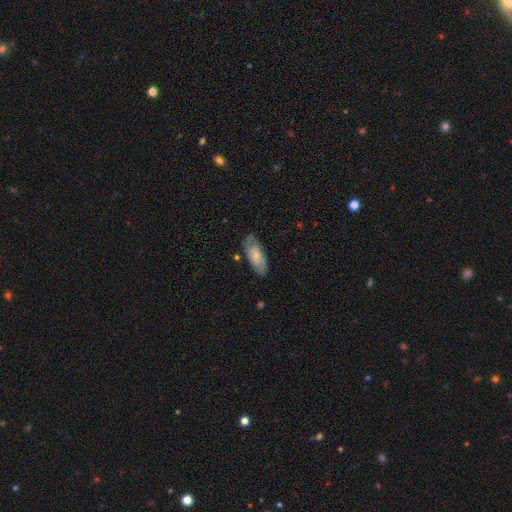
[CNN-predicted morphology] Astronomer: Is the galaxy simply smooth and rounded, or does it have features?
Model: smooth — 59%.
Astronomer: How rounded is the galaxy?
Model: in between — 81%.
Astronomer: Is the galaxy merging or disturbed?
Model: none — 73%.